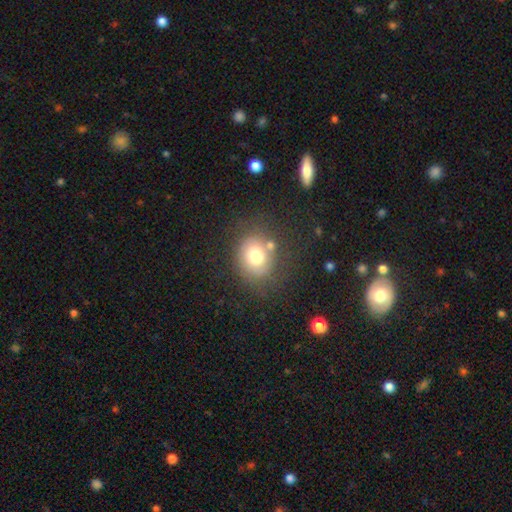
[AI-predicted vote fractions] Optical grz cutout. It shows a smooth galaxy with no disk features (69%) that is round (66%). Merging: none (64%).